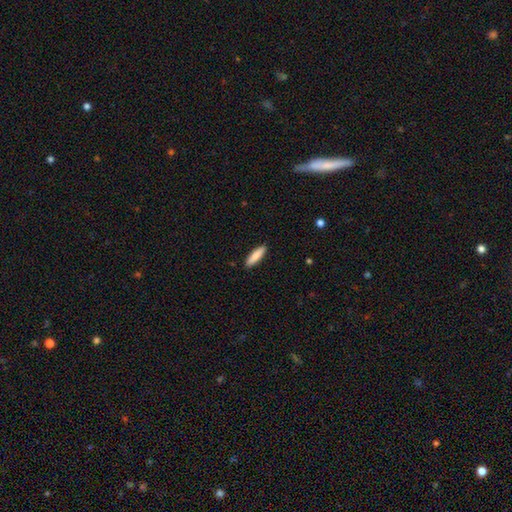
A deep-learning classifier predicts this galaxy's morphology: This is clearly a smooth galaxy (86%). How rounded: likely cigar-shaped (67%). Merging: clearly none (90%).